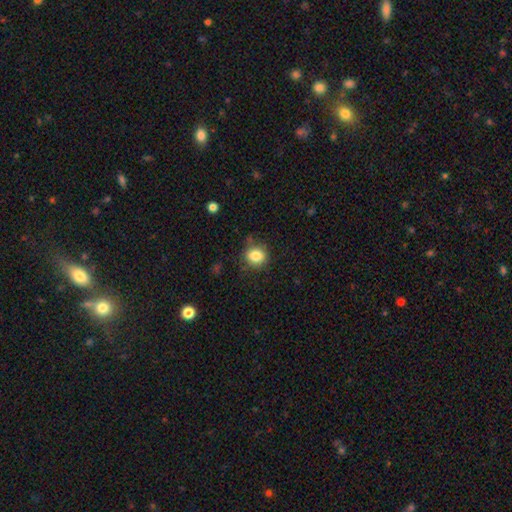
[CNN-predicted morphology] A smooth galaxy with no disk features (84%) that is round (75%). Merging: none (79%).